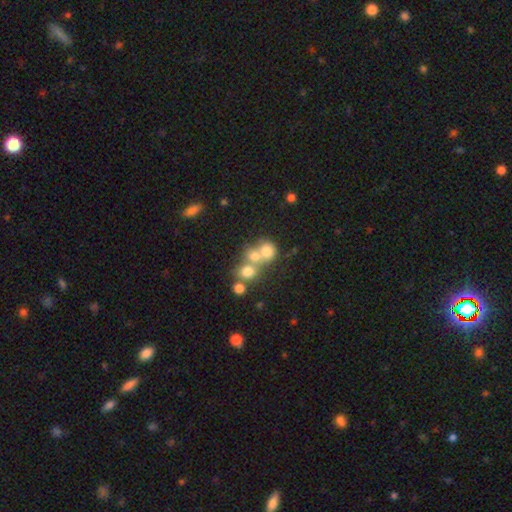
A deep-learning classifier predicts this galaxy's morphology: type=smooth (69%); roundness=round (79%); merging=merger (55%).